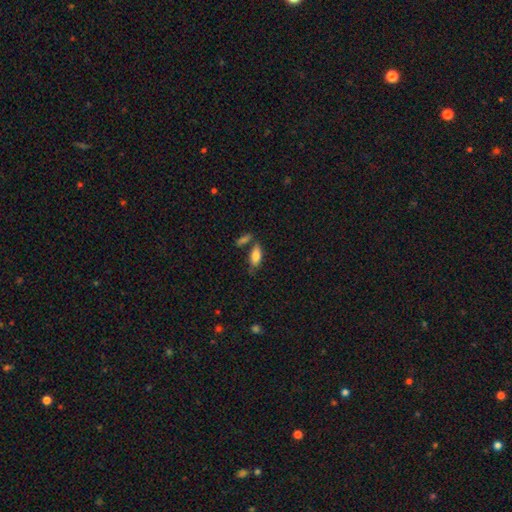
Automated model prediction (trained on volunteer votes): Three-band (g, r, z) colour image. It shows a smooth galaxy with no disk features (79%) that is in between round and cigar-shaped (79%). Merging: none (61%).